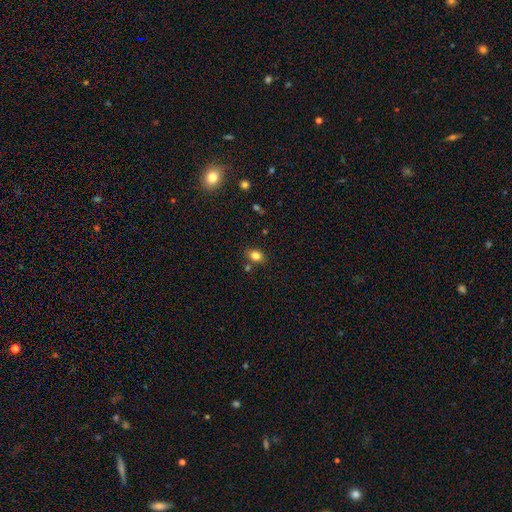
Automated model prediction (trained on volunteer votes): Smooth or featured? smooth (82%)
How rounded? in between (70%)
Merging? none (79%)